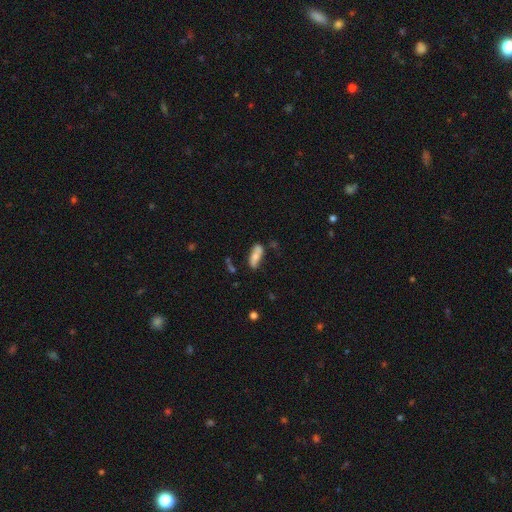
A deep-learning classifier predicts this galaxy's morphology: Smooth or featured: smooth — 61% (featured or disk — 31%)
How rounded: in between — 70% (cigar-shaped — 27%)
Merging: none — 59% (minor disturbance — 23%)